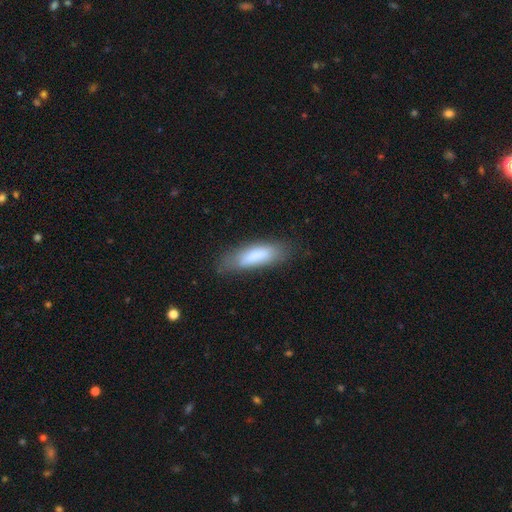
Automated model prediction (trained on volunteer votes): Smooth or featured? smooth (79%)
How rounded? cigar-shaped (49%, tied with in between)
Merging? none (71%)